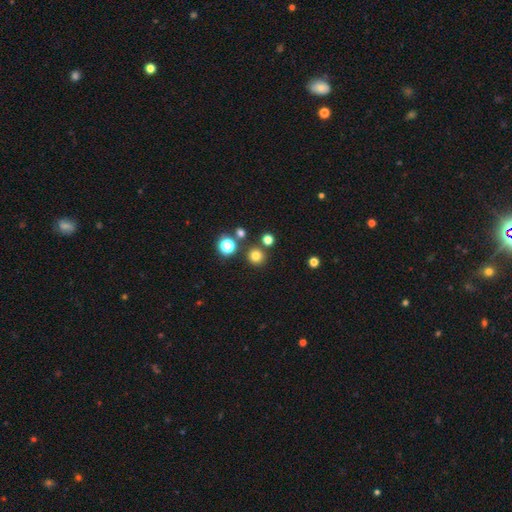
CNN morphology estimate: Overall: smooth (76%). How rounded: round (94%). Merging: none (83%).